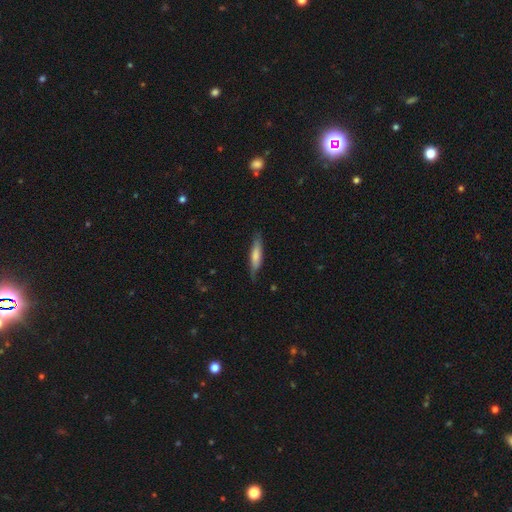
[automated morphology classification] Q: Smooth or featured?
A: smooth (67%); runner-up: featured or disk (28%)
Q: How rounded?
A: cigar-shaped (81%); runner-up: in between (17%)
Q: Merging?
A: none (78%); runner-up: minor disturbance (17%)